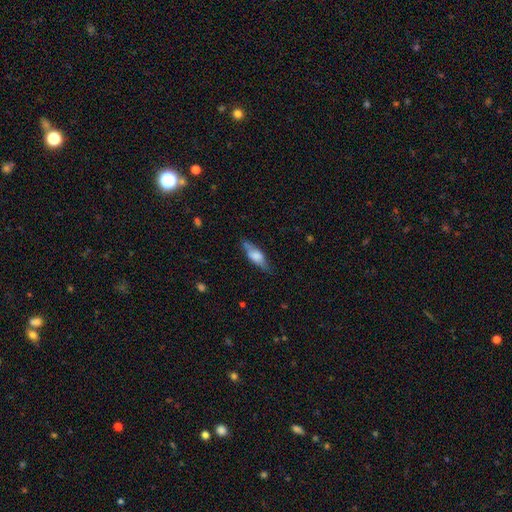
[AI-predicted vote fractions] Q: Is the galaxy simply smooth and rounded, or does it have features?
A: smooth — 55%.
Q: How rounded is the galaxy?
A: in between — 54%.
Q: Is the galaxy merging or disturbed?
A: none — 74%.